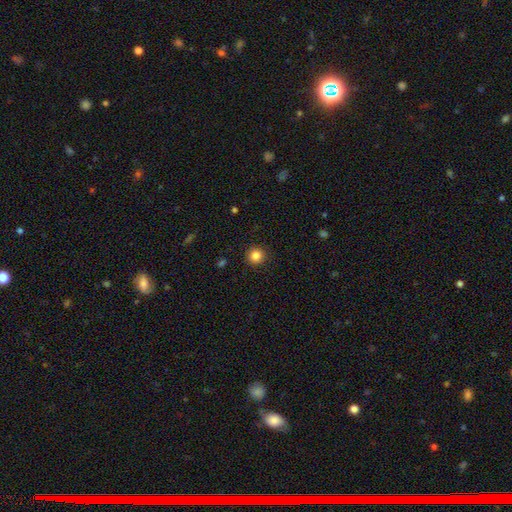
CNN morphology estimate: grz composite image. It shows a smooth galaxy with no disk features (85%) that is round (94%). Merging: none (92%).